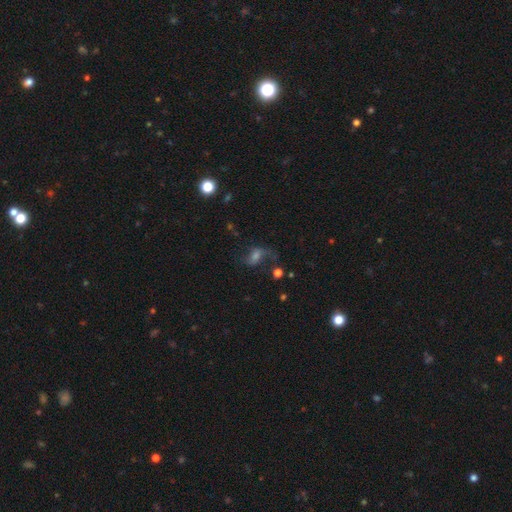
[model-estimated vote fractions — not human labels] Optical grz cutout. It shows a featured or disk galaxy (49%). Merging: none (51%).